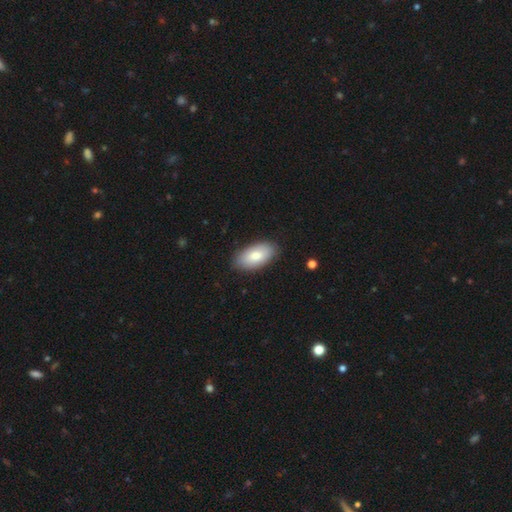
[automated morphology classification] smooth_or_featured: smooth (p=0.80) [alt: featured or disk p=0.14]
how_rounded: in between (p=0.95) [alt: round p=0.03]
merging: none (p=0.86) [alt: minor disturbance p=0.11]